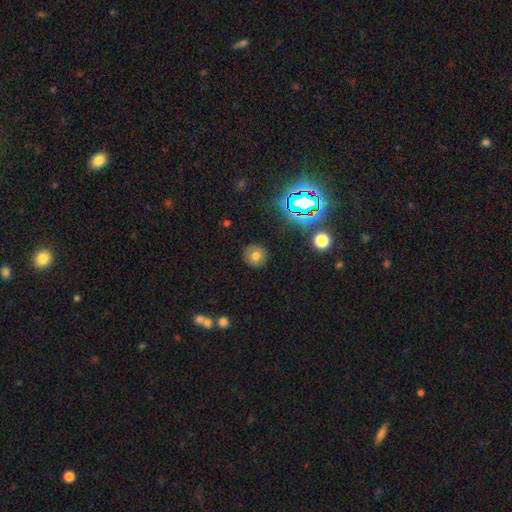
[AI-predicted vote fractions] A smooth galaxy with no disk features (71%) that is round (92%).

Vote fractions:
- Smooth or featured? smooth: 71% / star or artifact: 18% / featured or disk: 10%
- How rounded? round: 92% / in between: 7% / cigar-shaped: 1%
- Merging? none: 88% / minor disturbance: 8% / major disturbance: 3% / merger: 1%